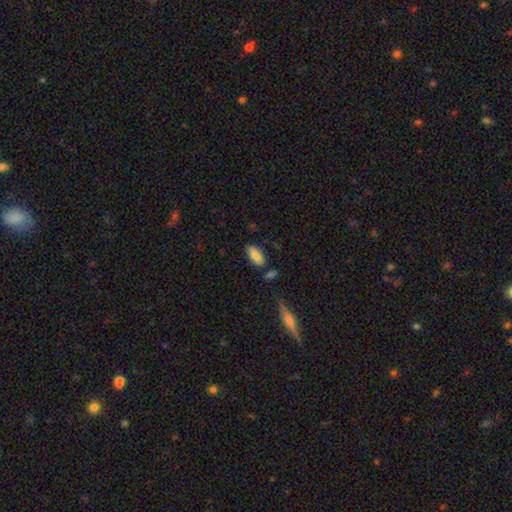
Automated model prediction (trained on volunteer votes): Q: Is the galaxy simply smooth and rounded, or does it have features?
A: smooth — 79%.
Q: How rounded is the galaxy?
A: in between — 86%.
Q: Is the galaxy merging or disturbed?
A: none — 77%.